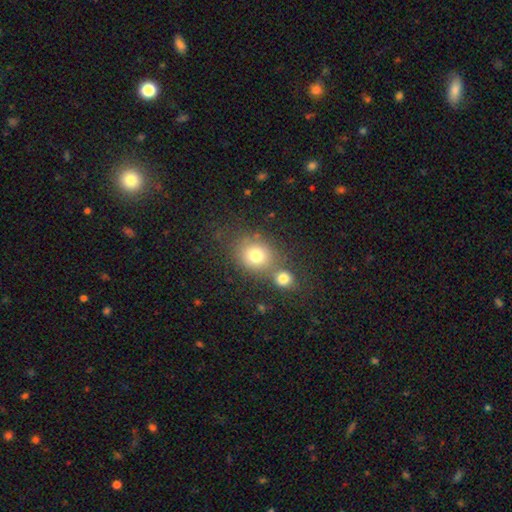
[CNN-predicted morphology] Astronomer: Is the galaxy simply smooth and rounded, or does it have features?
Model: smooth — 76%.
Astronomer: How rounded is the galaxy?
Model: round — 73%.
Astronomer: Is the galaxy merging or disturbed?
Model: none — 51% (runner-up: merger, 34%).